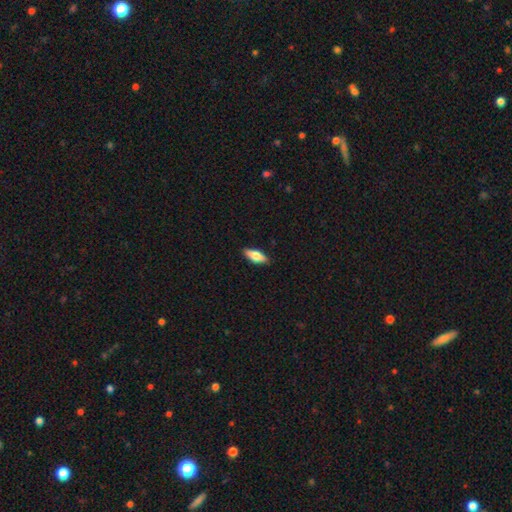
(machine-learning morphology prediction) The model was most divided on "how rounded": in between: 67%, cigar-shaped: 31%, round: 3%. More confident: merging — none (89%); smooth or featured — smooth (66%).